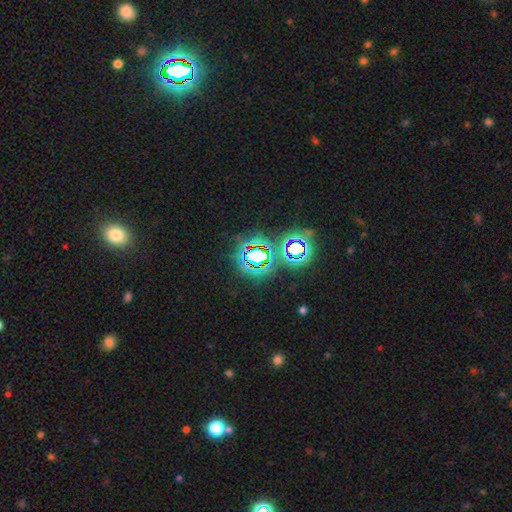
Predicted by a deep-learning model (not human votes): smooth_or_featured: star or artifact (p=0.80) [alt: smooth p=0.12]